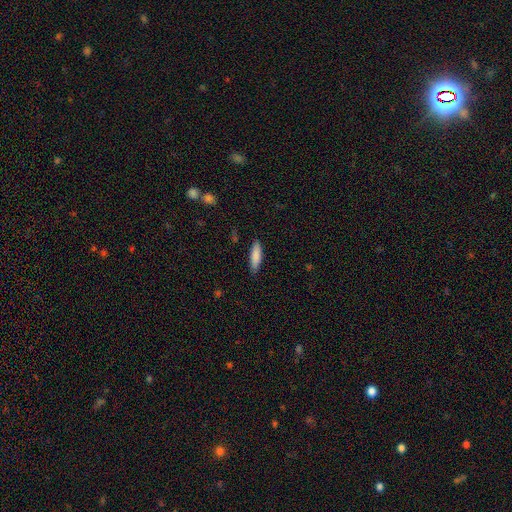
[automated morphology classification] A smooth galaxy with no disk features (86%) that is cigar-shaped (63%).

Vote fractions:
- Smooth or featured? smooth: 86% / featured or disk: 8% / star or artifact: 6%
- How rounded? cigar-shaped: 63% / in between: 36% / round: 1%
- Merging? none: 87% / minor disturbance: 10% / major disturbance: 2% / merger: 1%